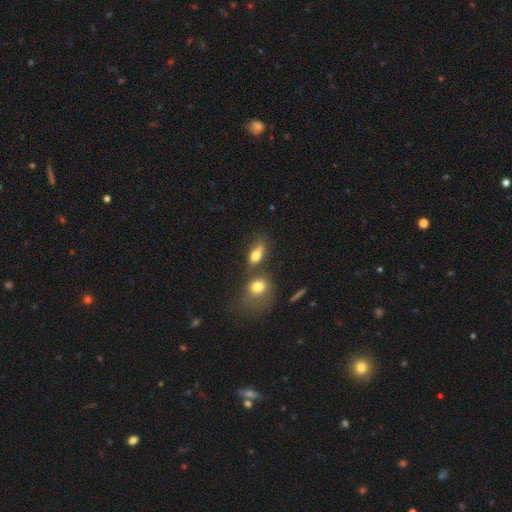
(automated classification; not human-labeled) Smooth or featured? Predicted: smooth (p=0.74). How rounded? Predicted: in between (p=0.71). Merging? Predicted: none (p=0.44).